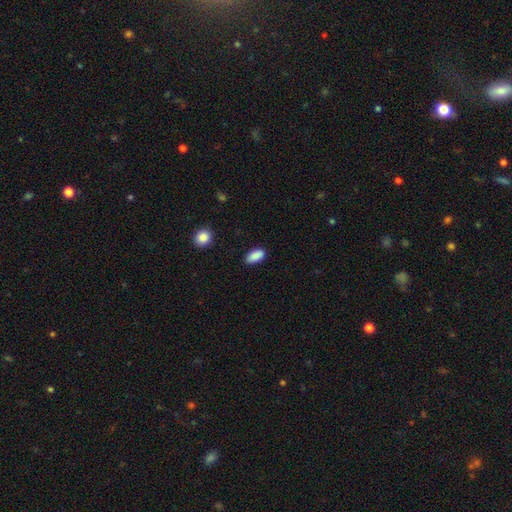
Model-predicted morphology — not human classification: The model was most divided on "merging": none: 85%, minor disturbance: 11%, major disturbance: 2%, merger: 1%. More confident: how rounded — in between (91%); smooth or featured — smooth (89%).